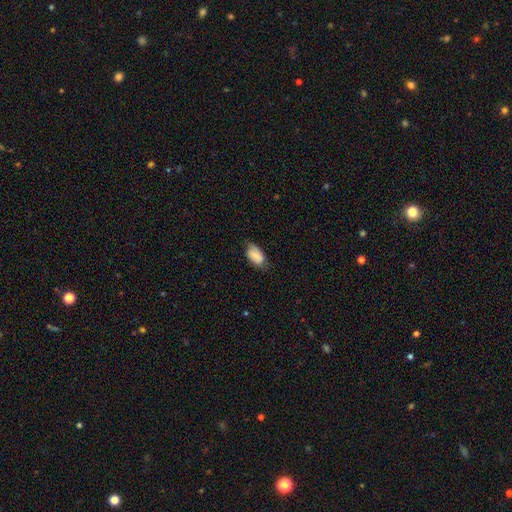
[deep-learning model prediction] Overall: smooth (79%). How rounded: in between (93%). Merging: none (62%; minor disturbance 30%).